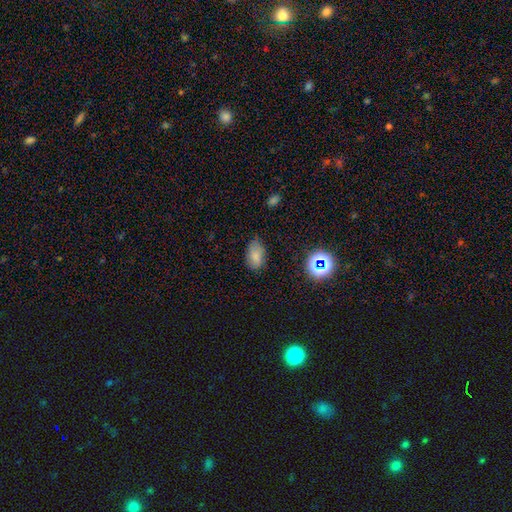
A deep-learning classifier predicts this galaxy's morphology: Smooth or featured: smooth — 78% (star or artifact — 13%)
How rounded: in between — 90% (round — 8%)
Merging: none — 74% (minor disturbance — 20%)